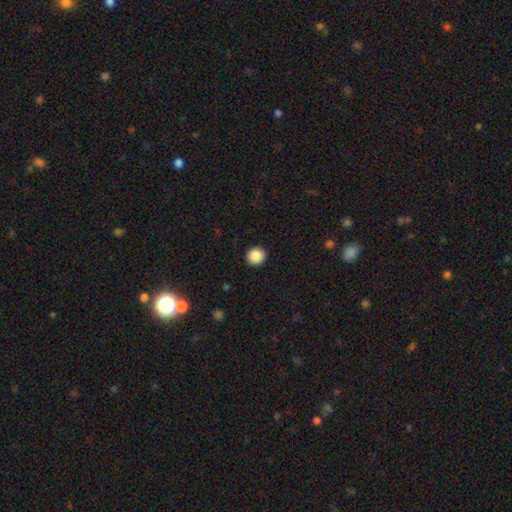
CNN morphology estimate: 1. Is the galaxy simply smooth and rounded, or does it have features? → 88% smooth, 9% star or artifact, 3% featured or disk.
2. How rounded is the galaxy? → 88% round, 11% in between, 1% cigar-shaped.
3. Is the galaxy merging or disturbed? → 92% none, 5% minor disturbance, 2% major disturbance, 1% merger.